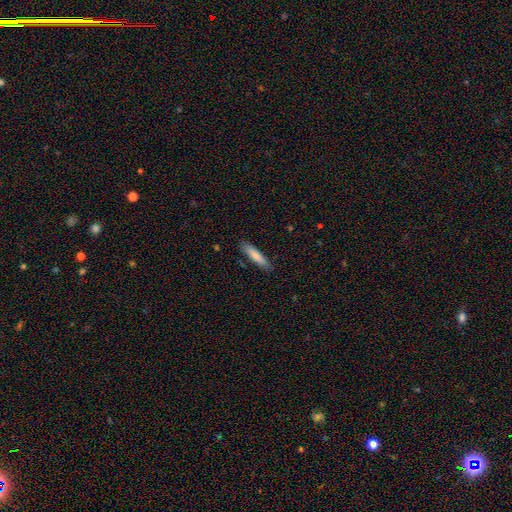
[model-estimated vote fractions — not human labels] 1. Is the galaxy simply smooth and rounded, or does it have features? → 81% smooth, 14% featured or disk, 6% star or artifact.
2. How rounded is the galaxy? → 80% cigar-shaped, 19% in between, 1% round.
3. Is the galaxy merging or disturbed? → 86% none, 10% minor disturbance, 2% major disturbance, 1% merger.